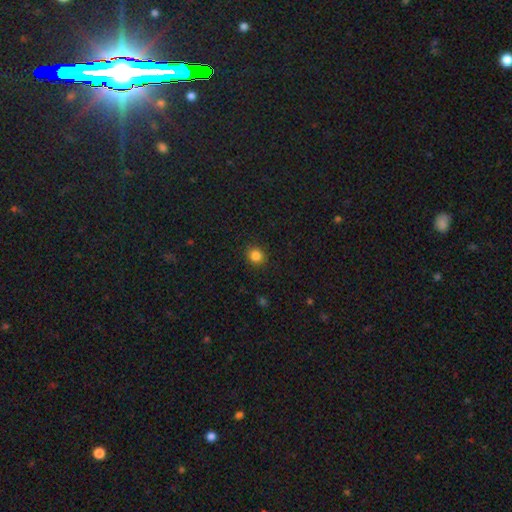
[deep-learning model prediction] smooth_or_featured: smooth (p=0.84) [alt: star or artifact p=0.12]
how_rounded: round (p=0.83) [alt: in between p=0.16]
merging: none (p=0.90) [alt: minor disturbance p=0.07]